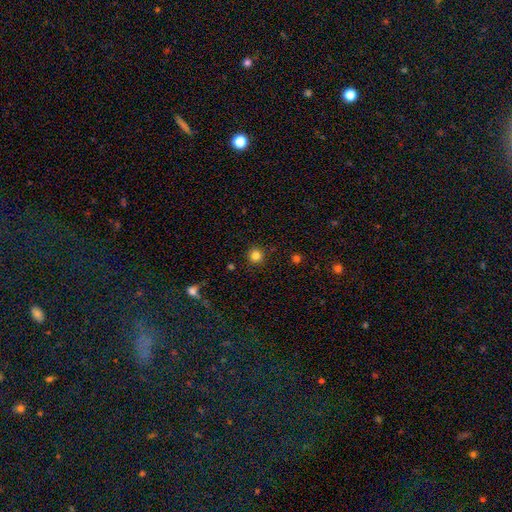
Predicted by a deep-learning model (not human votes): A smooth galaxy with no disk features (83%) that is round (95%). Merging: none (91%).